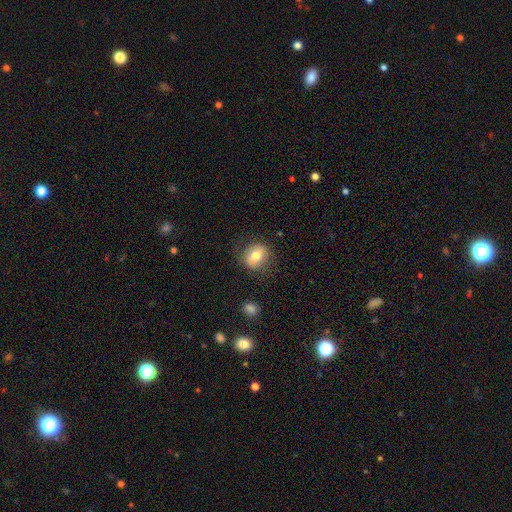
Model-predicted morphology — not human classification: type=smooth (70%); roundness=round (62%); merging=none (80%).